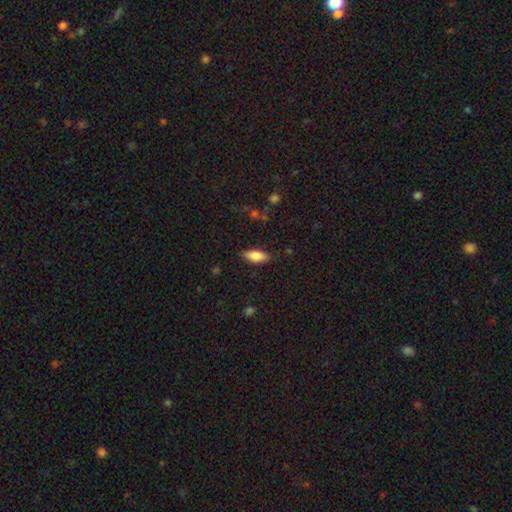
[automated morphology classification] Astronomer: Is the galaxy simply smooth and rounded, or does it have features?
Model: smooth — 82%.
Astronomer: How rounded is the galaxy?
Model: in between — 81%.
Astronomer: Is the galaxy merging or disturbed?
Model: none — 83%.